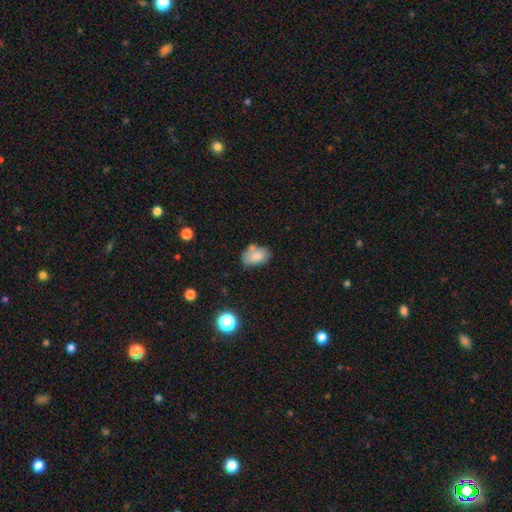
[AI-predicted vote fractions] smooth_or_featured: smooth (p=0.81) [alt: featured or disk p=0.10]
how_rounded: in between (p=0.87) [alt: round p=0.12]
merging: none (p=0.59) [alt: minor disturbance p=0.22]